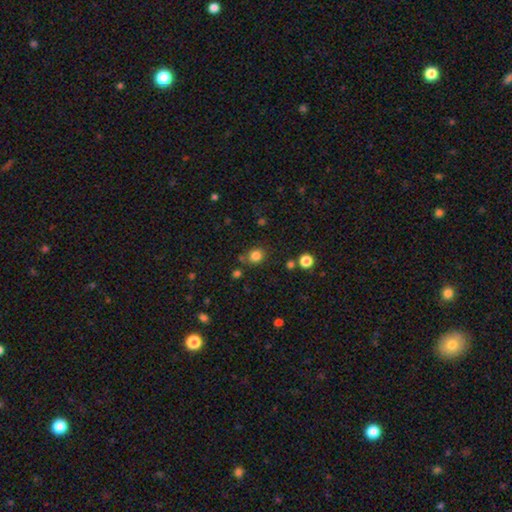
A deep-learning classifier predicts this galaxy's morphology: Smooth or featured?
  - smooth: 82% *
  - star or artifact: 14%
  - featured or disk: 5%
How rounded?
  - round: 83% *
  - in between: 16%
  - cigar-shaped: 1%
Merging?
  - none: 75% *
  - minor disturbance: 12%
  - merger: 8%
  - major disturbance: 4%